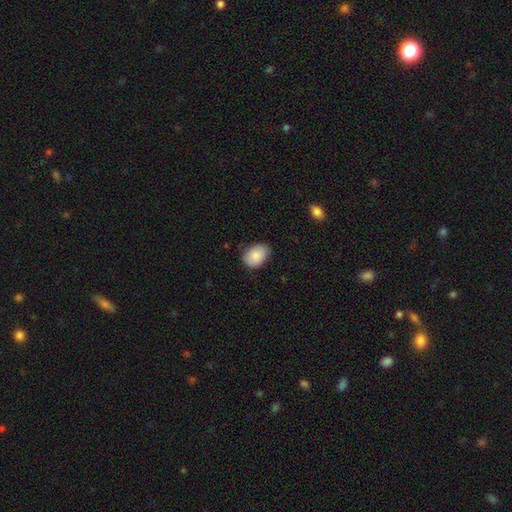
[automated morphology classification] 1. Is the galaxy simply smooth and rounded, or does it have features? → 89% smooth, 6% star or artifact, 5% featured or disk.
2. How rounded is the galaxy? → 78% in between, 21% round, 1% cigar-shaped.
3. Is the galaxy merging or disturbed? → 79% none, 17% minor disturbance, 3% major disturbance, 1% merger.